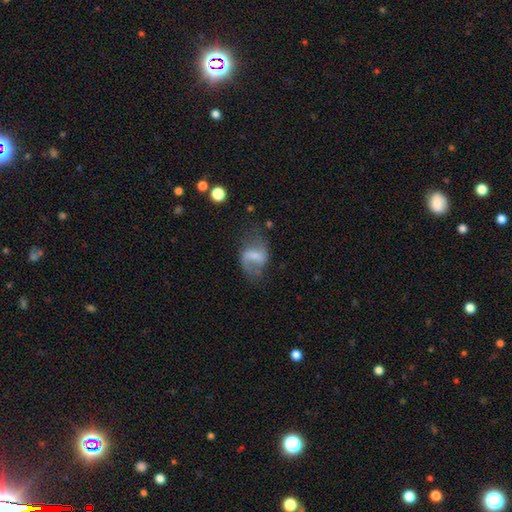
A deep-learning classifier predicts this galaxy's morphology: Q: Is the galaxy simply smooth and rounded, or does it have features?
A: featured or disk — 64%.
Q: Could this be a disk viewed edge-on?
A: no — 96%.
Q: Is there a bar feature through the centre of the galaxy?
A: weak — 45%.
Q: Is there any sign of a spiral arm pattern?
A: yes — 83%.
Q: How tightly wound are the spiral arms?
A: loose — 62%.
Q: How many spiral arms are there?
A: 2 — 73%.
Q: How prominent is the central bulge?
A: none — 42%.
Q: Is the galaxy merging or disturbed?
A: none — 51%.